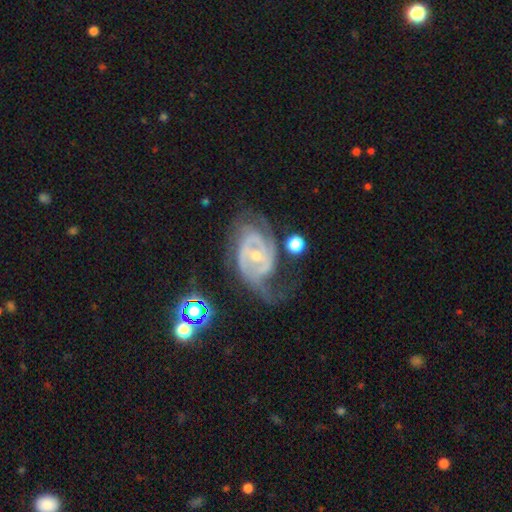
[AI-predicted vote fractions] This appears to be a featured or disk galaxy (88%) with a weak bar (41%), 2 (53%) tight (47%) spiral arms (94%) and a small central bulge (63%). Merging: none (44%).